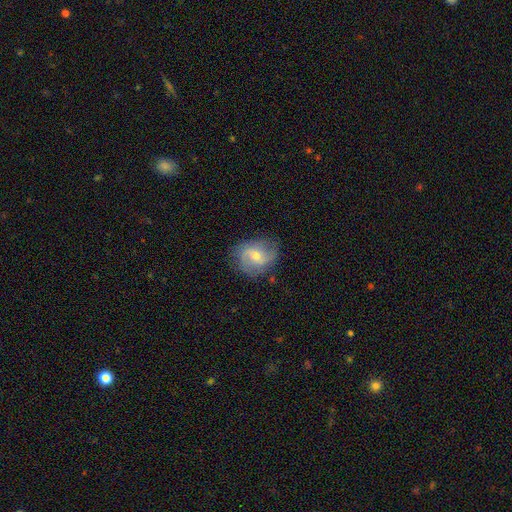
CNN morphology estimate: featured or disk 69%, smooth 24%, star or artifact 7%. Down the decision tree: edge-on disk — no (97%); bar — weak (47%); spiral arms — yes (89%); spiral arm count — 2 (74%); spiral winding — medium (42%); bulge size — moderate (52%); merging — none (73%).